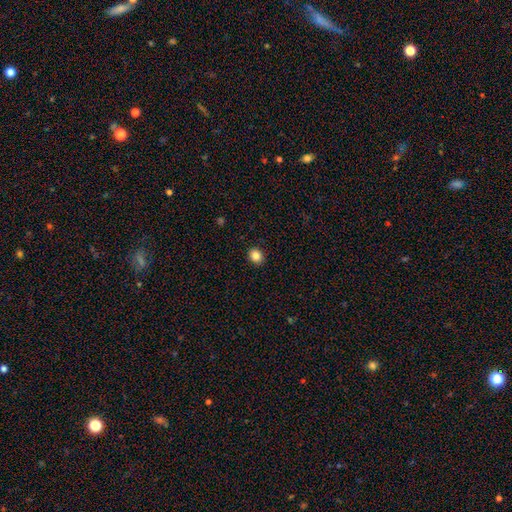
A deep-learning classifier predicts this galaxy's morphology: Smooth or featured? smooth (85%)
How rounded? round (61%)
Merging? none (91%)